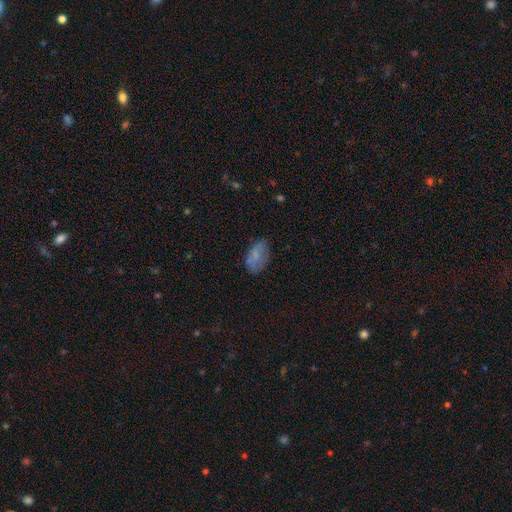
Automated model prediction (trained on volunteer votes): Smooth or featured? Predicted: smooth (p=0.70). How rounded? Predicted: in between (p=0.93). Merging? Predicted: none (p=0.60).